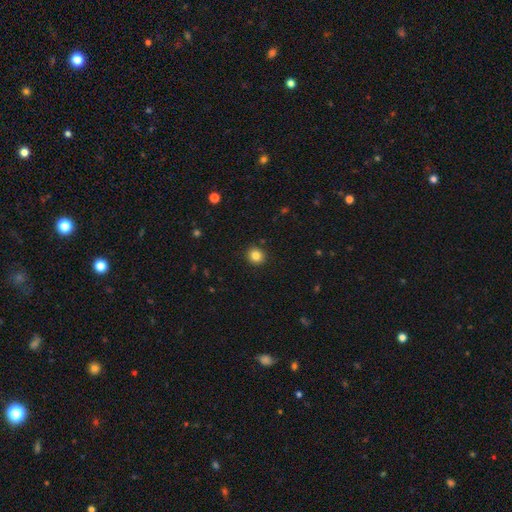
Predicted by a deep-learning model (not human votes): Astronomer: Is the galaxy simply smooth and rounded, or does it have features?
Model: smooth — 84%.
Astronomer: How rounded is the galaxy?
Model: round — 88%.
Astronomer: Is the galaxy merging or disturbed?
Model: none — 92%.